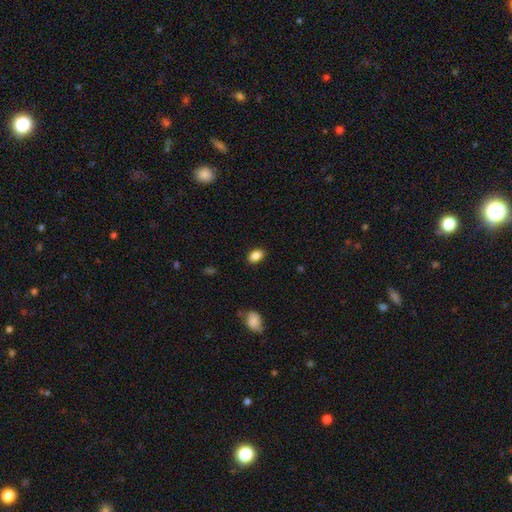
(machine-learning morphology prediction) Smooth or featured: smooth — 87% (star or artifact — 8%)
How rounded: in between — 86% (round — 12%)
Merging: none — 87% (minor disturbance — 10%)